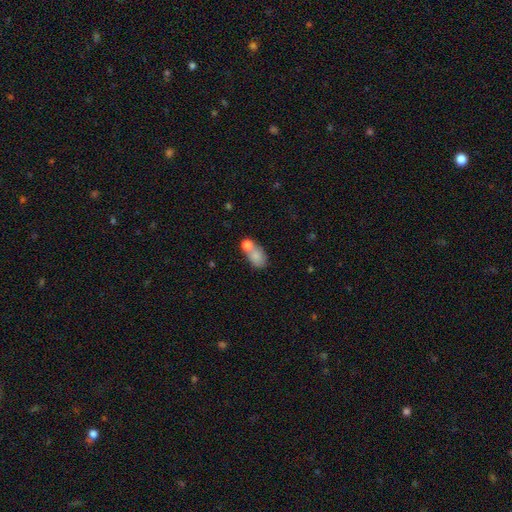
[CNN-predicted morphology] smooth 79%, featured or disk 12%, star or artifact 9%. Down the decision tree: how rounded — in between (79%); merging — merger (42%).